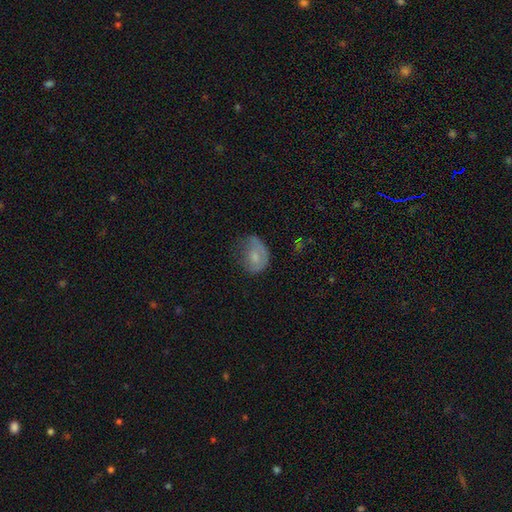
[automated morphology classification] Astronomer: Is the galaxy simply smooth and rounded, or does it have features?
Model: smooth — 64%.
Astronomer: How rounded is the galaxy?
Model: in between — 61% (runner-up: round, 38%).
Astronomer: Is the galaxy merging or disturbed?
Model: minor disturbance — 34% (runner-up: none, 33%).